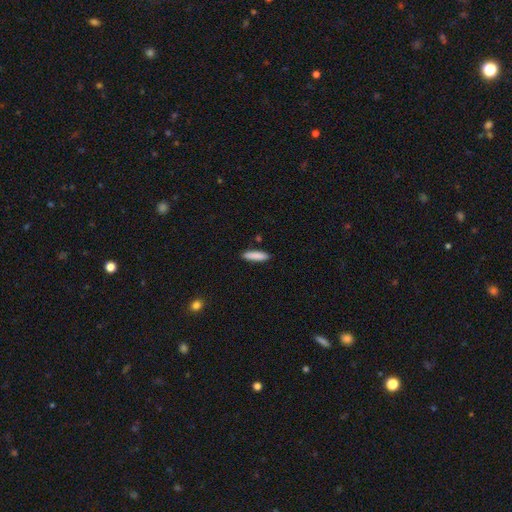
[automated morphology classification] A smooth galaxy with no disk features (87%) that is cigar-shaped (76%). Merging: none (88%).